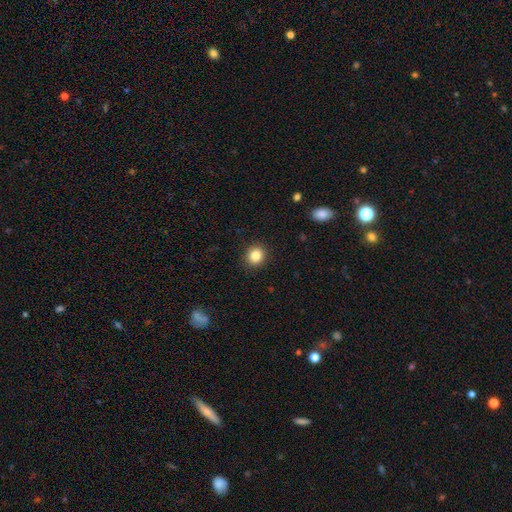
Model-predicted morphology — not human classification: This is clearly a smooth galaxy (85%). How rounded: clearly round (83%). Merging: clearly none (91%).